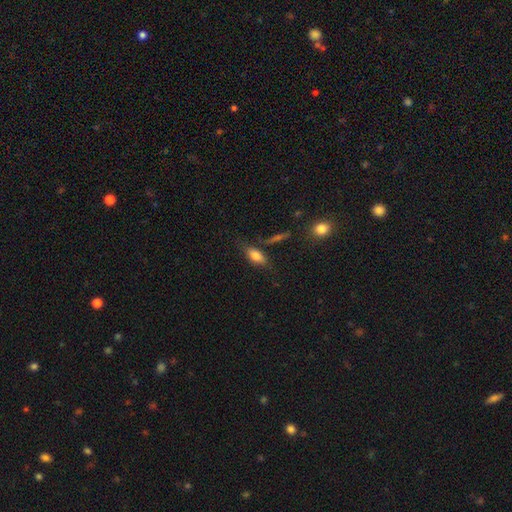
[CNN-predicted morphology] The model was most divided on "merging": none: 68%, minor disturbance: 20%, major disturbance: 6%, merger: 6%. More confident: how rounded — in between (81%); smooth or featured — smooth (76%).